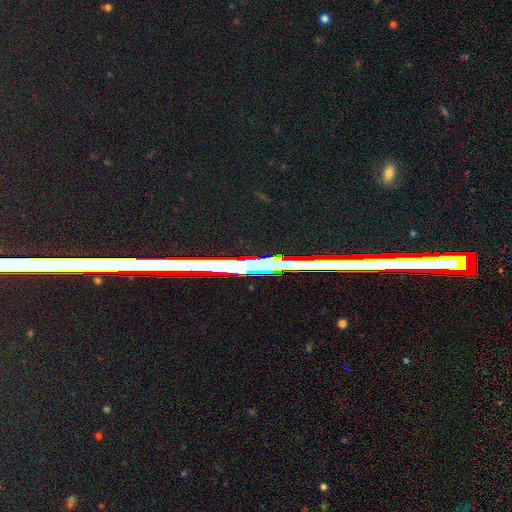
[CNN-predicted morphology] Overall: star or artifact (75%).